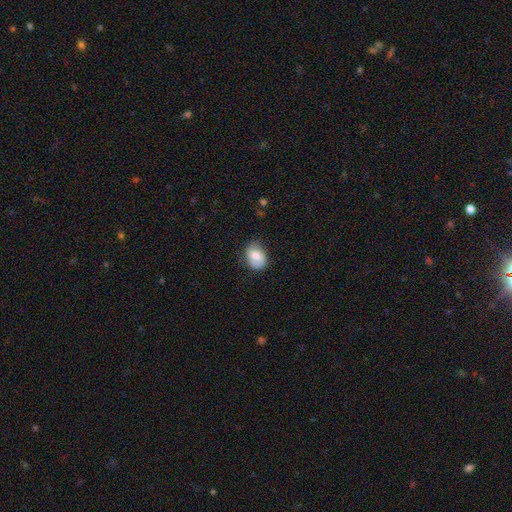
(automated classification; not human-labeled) Smooth or featured: smooth — 72% (featured or disk — 21%)
How rounded: in between — 69% (round — 30%)
Merging: none — 70% (minor disturbance — 24%)